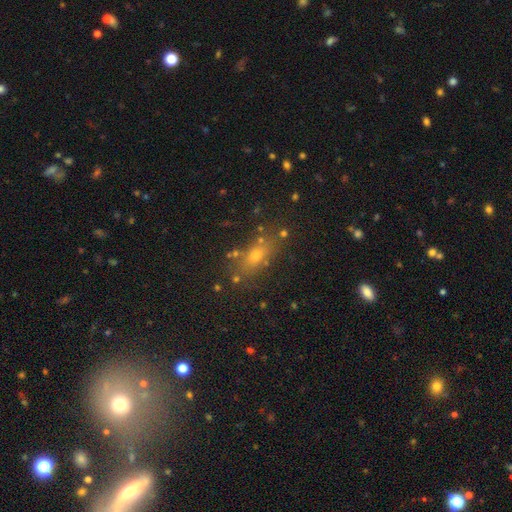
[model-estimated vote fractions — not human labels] Overall: smooth (68%). How rounded: in between (70%). Merging: none (73%).